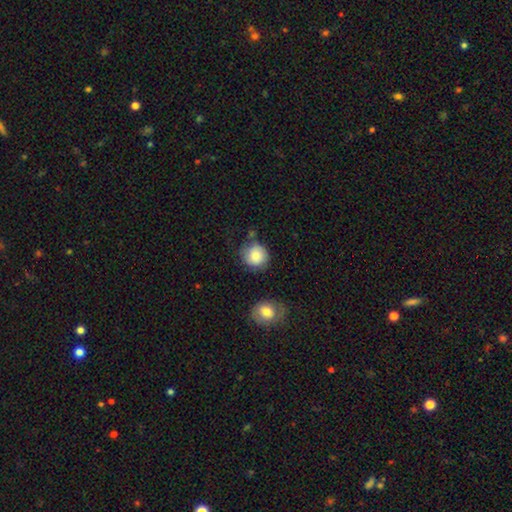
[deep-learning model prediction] A smooth galaxy with no disk features (82%) that is round (88%). Merging: none (64%).